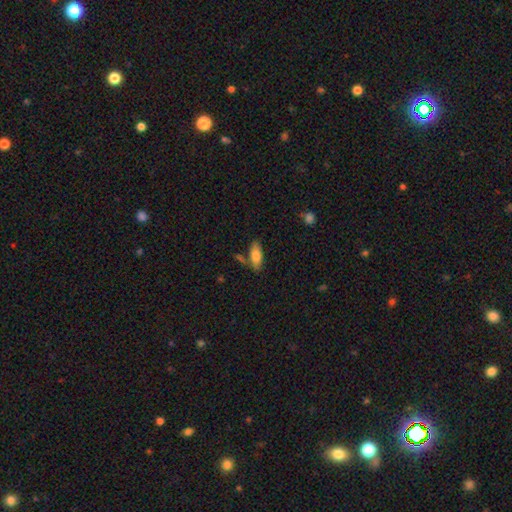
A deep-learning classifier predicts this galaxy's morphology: smooth-or-featured: smooth: 79% | featured or disk: 14% | star or artifact: 6%
  how-rounded: in between: 79% | cigar-shaped: 19% | round: 2%
  merging: none: 73% | minor disturbance: 14% | merger: 9% | major disturbance: 3%